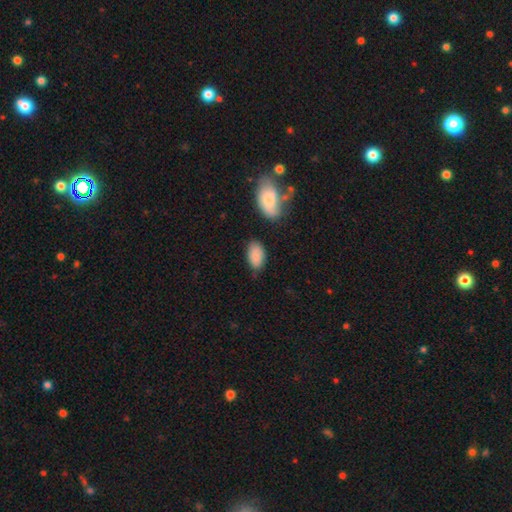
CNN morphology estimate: A smooth galaxy with no disk features (86%) that is in between round and cigar-shaped (94%).

Vote fractions:
- Smooth or featured? smooth: 86% / featured or disk: 7% / star or artifact: 7%
- How rounded? in between: 94% / round: 4% / cigar-shaped: 2%
- Merging? none: 70% / minor disturbance: 21% / merger: 5% / major disturbance: 4%